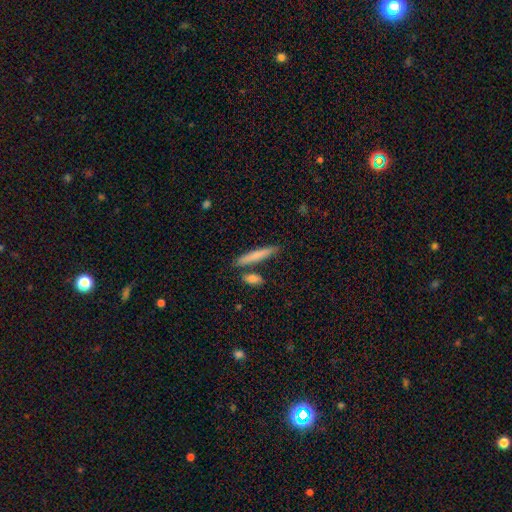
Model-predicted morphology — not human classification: A smooth galaxy with no disk features (77%) that is cigar-shaped (91%).

Vote fractions:
- Smooth or featured? smooth: 77% / featured or disk: 18% / star or artifact: 5%
- How rounded? cigar-shaped: 91% / in between: 7% / round: 2%
- Merging? none: 79% / minor disturbance: 9% / merger: 9% / major disturbance: 2%